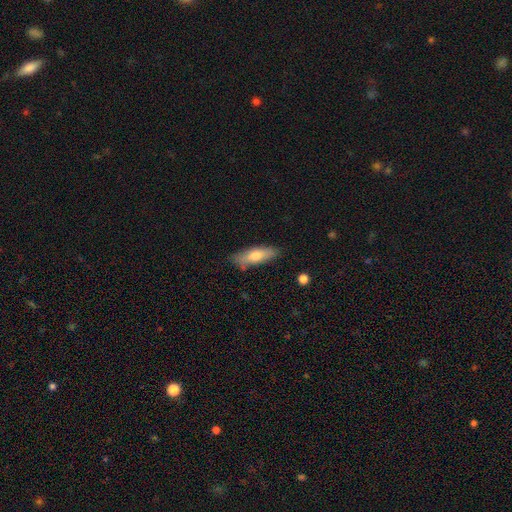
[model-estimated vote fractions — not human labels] Morphology: type=smooth (65%); roundness=in between (55%); merging=none (79%).